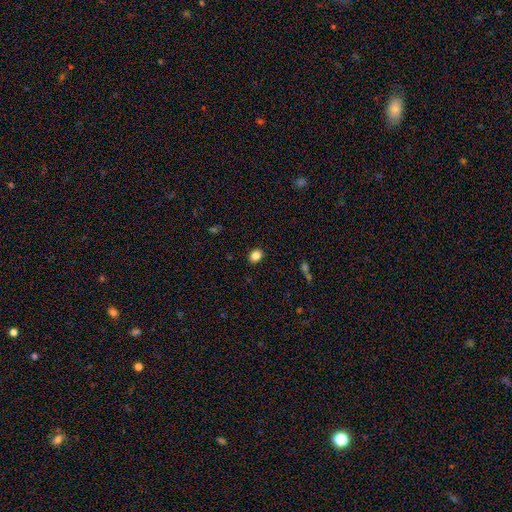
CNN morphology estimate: A smooth galaxy with no disk features (84%) that is round (51%). Merging: none (89%).